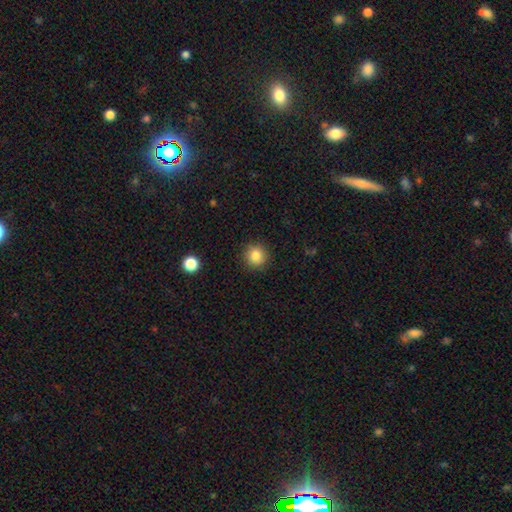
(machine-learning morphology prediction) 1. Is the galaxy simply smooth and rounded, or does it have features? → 84% smooth, 11% star or artifact, 5% featured or disk.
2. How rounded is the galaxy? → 93% round, 6% in between, 1% cigar-shaped.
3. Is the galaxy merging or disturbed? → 91% none, 6% minor disturbance, 2% major disturbance, 1% merger.